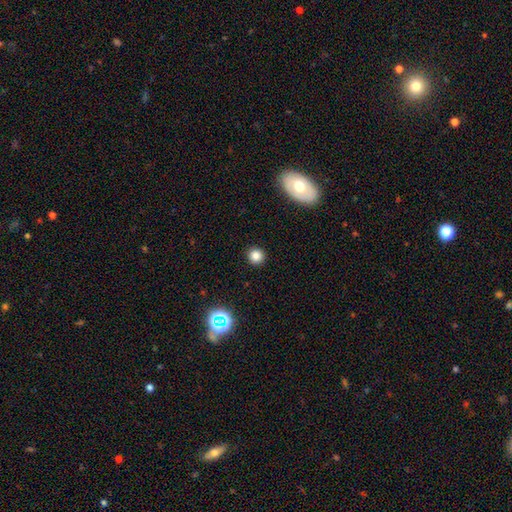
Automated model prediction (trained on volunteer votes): This is clearly a smooth galaxy (81%). How rounded: clearly round (93%). Merging: clearly none (91%).